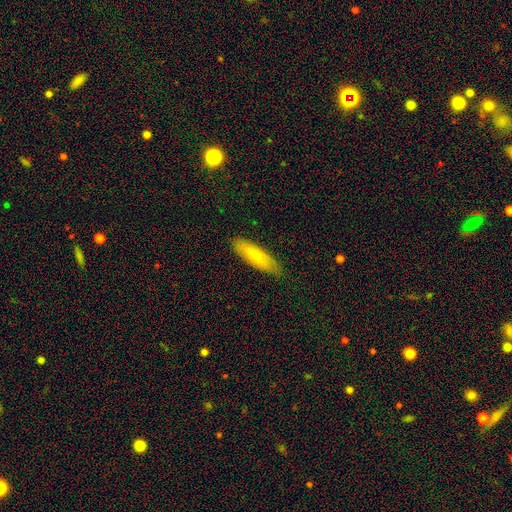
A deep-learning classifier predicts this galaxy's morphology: This is likely a smooth galaxy (73%). How rounded: possibly cigar-shaped (57%). Merging: clearly none (84%).